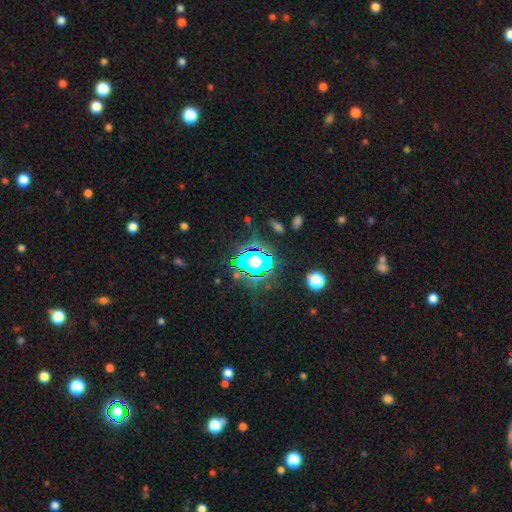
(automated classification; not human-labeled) This appears to be a star or artifact, not a galaxy (76%).